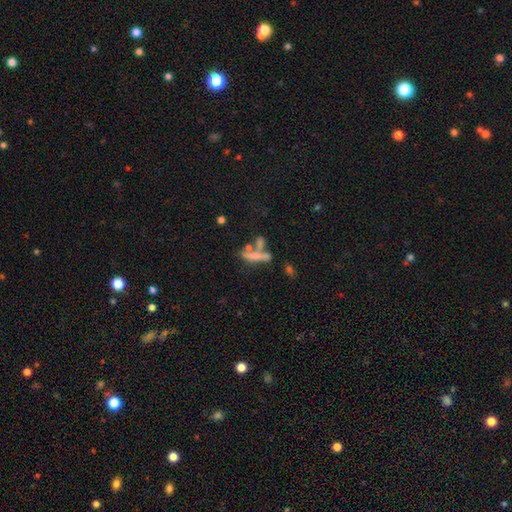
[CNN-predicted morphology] Smooth or featured? smooth (57%)
How rounded? cigar-shaped (76%)
Merging? merger (40%)